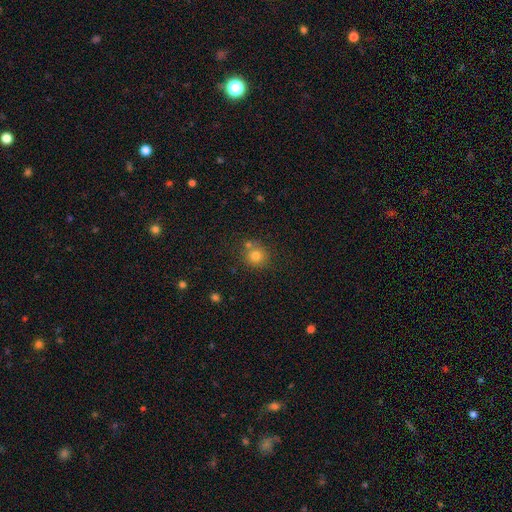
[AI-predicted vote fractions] Smooth or featured? smooth (78%)
How rounded? round (90%)
Merging? none (68%)